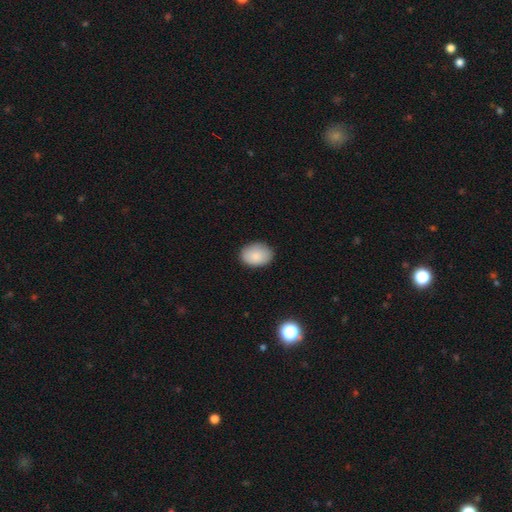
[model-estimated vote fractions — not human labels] Smooth or featured? smooth (87%)
How rounded? in between (73%)
Merging? none (86%)